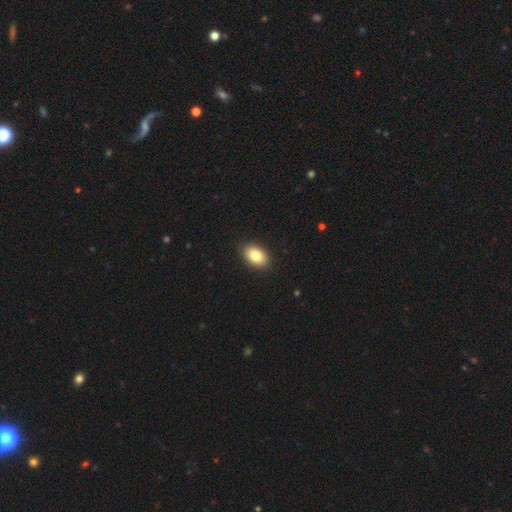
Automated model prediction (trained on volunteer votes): smooth 84%, featured or disk 9%, star or artifact 8%. Down the decision tree: how rounded — in between (87%); merging — none (89%).